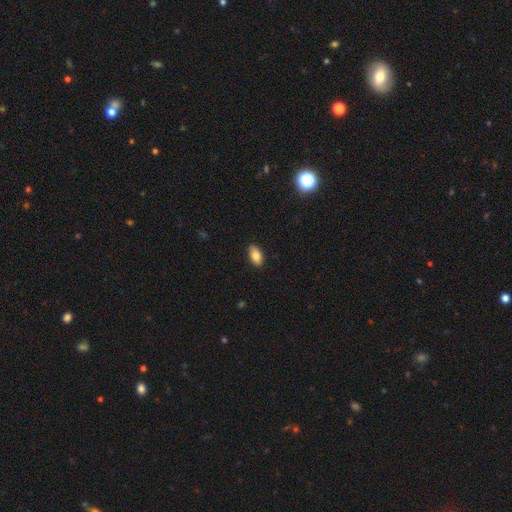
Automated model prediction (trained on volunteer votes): Morphology: type=smooth (83%); roundness=in between (92%); merging=none (87%).